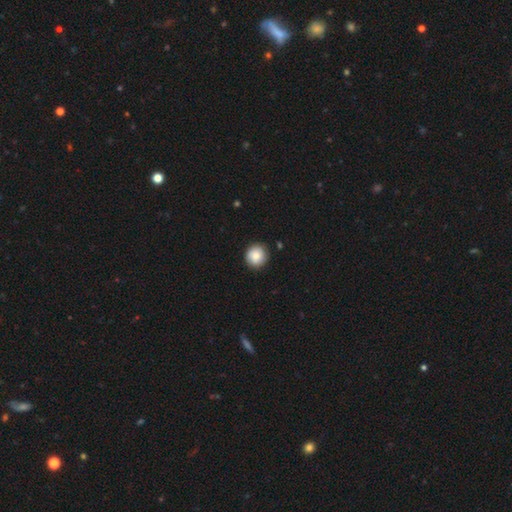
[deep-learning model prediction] Smooth or featured: smooth — 82% (featured or disk — 10%)
How rounded: round — 93% (in between — 6%)
Merging: none — 89% (minor disturbance — 8%)